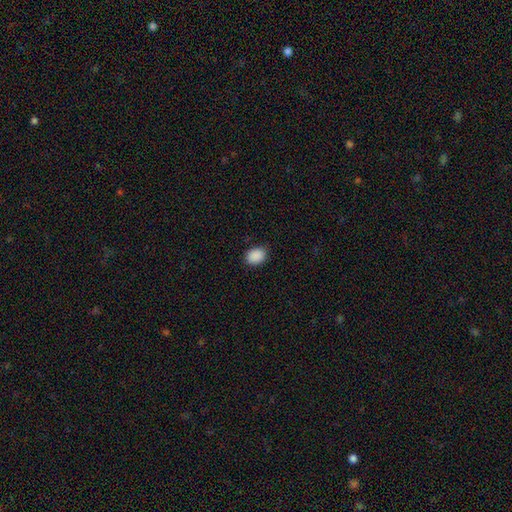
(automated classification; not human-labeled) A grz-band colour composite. It shows a smooth galaxy with no disk features (90%) that is in between round and cigar-shaped (64%). Merging: none (87%).